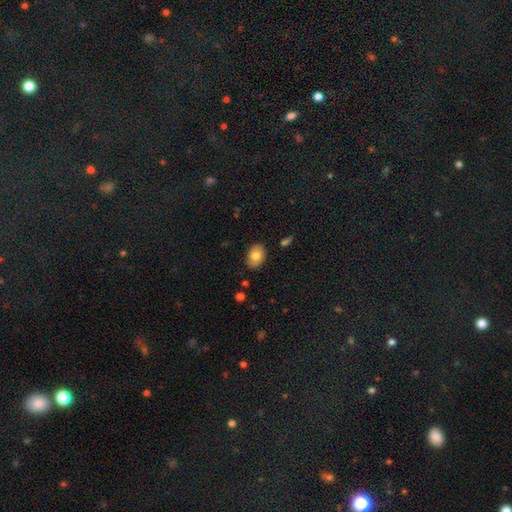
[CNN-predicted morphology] Q: Smooth or featured?
A: smooth (80%); runner-up: featured or disk (13%)
Q: How rounded?
A: in between (82%); runner-up: round (17%)
Q: Merging?
A: none (84%); runner-up: minor disturbance (13%)